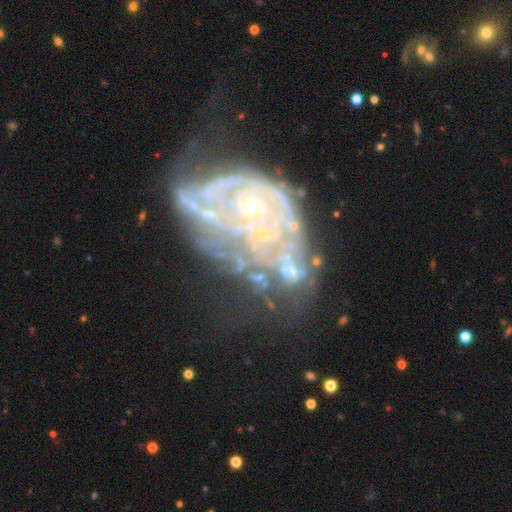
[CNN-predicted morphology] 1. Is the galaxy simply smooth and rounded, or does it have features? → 80% featured or disk, 11% star or artifact, 9% smooth.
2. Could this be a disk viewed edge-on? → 98% no, 2% yes.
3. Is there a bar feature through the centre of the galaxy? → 87% no, 10% weak, 4% strong.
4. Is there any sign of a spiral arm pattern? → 57% yes, 43% no.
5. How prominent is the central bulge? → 75% small, 11% none, 11% moderate, 2% large, 1% dominant.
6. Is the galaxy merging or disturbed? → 43% major disturbance, 20% none, 19% merger, 18% minor disturbance.